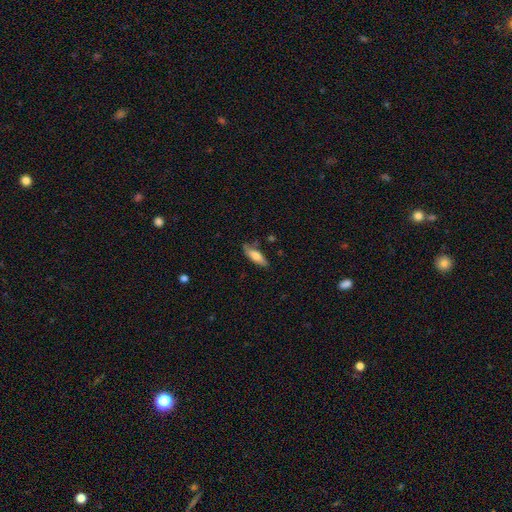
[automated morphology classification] smooth-or-featured: smooth: 73% | featured or disk: 21% | star or artifact: 6%
  how-rounded: in between: 57% | cigar-shaped: 41% | round: 2%
  merging: none: 69% | minor disturbance: 22% | major disturbance: 5% | merger: 4%